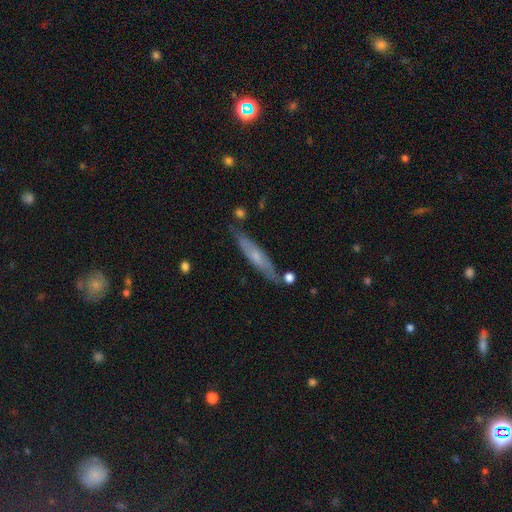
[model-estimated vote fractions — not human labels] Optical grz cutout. It shows a featured or disk galaxy (49%). Merging: none (75%).